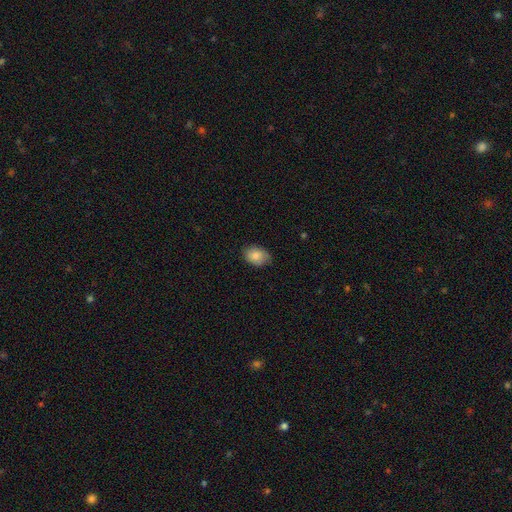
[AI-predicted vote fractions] A smooth galaxy with no disk features (85%) that is in between round and cigar-shaped (74%).

Vote fractions:
- Smooth or featured? smooth: 85% / featured or disk: 8% / star or artifact: 7%
- How rounded? in between: 74% / round: 25% / cigar-shaped: 1%
- Merging? none: 77% / minor disturbance: 19% / major disturbance: 3% / merger: 1%